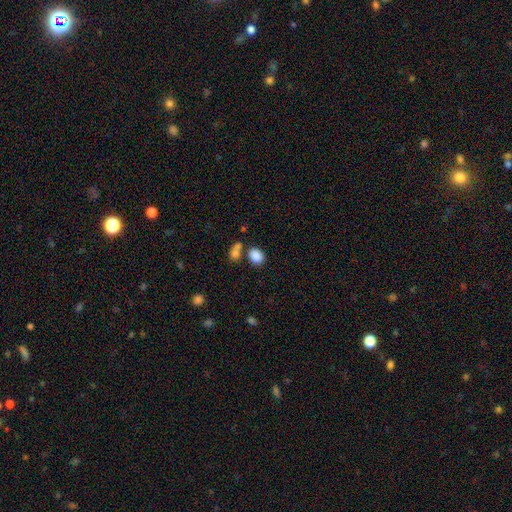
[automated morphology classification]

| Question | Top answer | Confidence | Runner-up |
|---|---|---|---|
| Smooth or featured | smooth | 86% | star or artifact (9%) |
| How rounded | in between | 63% | round (36%) |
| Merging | none | 59% | merger (25%) |